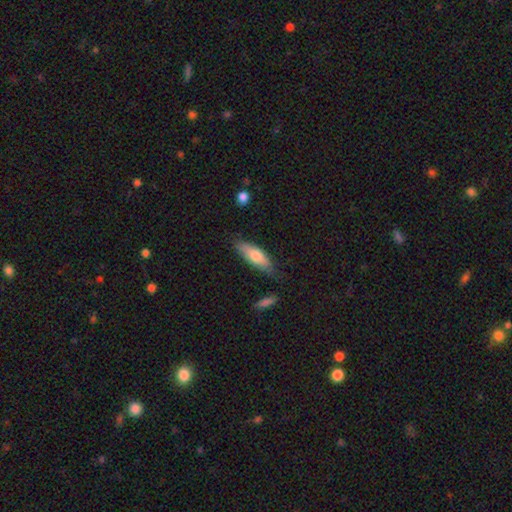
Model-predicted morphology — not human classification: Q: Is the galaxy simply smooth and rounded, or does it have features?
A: smooth — 72%.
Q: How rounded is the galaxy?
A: in between — 56%.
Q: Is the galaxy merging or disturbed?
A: none — 73%.